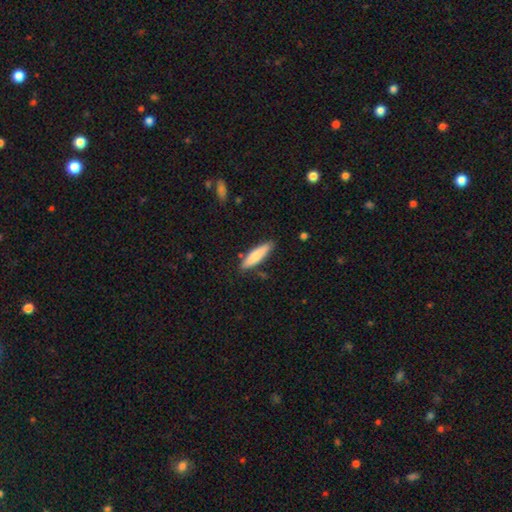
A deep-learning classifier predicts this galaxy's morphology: This is likely a smooth galaxy (77%). How rounded: likely cigar-shaped (73%). Merging: clearly none (83%).